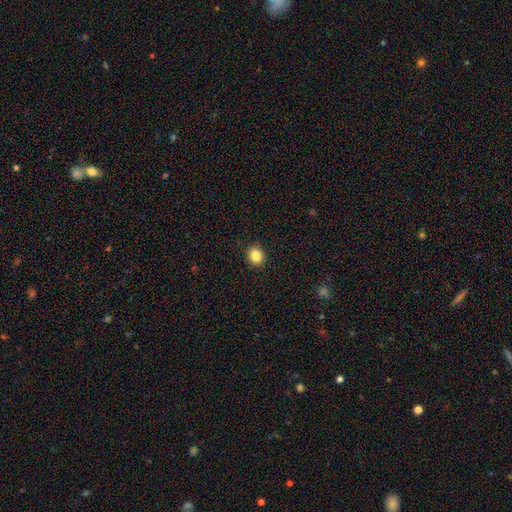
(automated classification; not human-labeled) Smooth or featured? Predicted: smooth (p=0.85). How rounded? Predicted: round (p=0.71). Merging? Predicted: none (p=0.91).